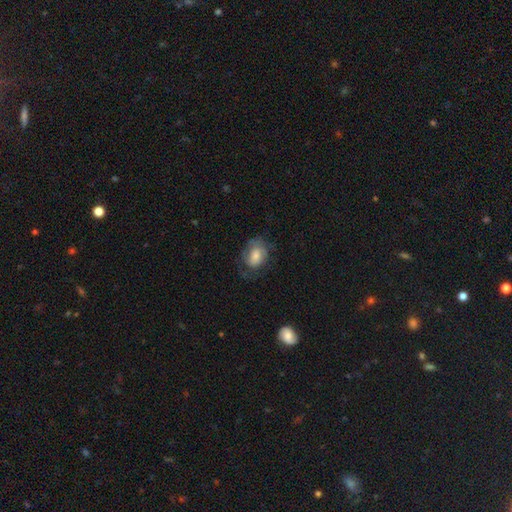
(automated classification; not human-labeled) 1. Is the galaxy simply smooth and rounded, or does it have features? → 60% smooth, 32% featured or disk, 8% star or artifact.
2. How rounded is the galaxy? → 65% in between, 34% round, 1% cigar-shaped.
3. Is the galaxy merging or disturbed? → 54% none, 25% minor disturbance, 20% major disturbance, 1% merger.